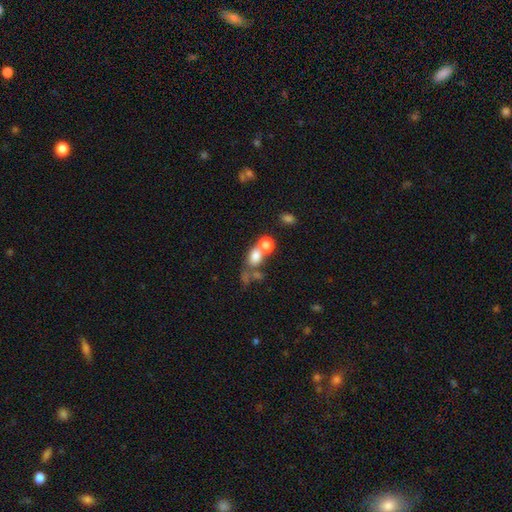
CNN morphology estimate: Smooth or featured?
  - smooth: 72% *
  - featured or disk: 15%
  - star or artifact: 12%
How rounded?
  - in between: 57% *
  - round: 41%
  - cigar-shaped: 3%
Merging?
  - merger: 51% *
  - none: 31%
  - minor disturbance: 10%
  - major disturbance: 9%